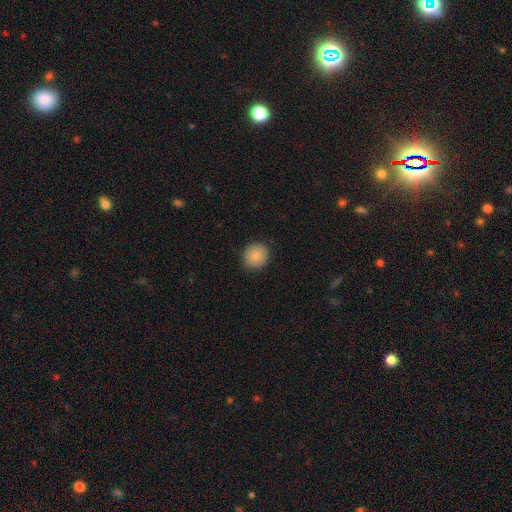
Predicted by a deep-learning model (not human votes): A smooth galaxy with no disk features (83%) that is round (91%). Merging: none (90%).